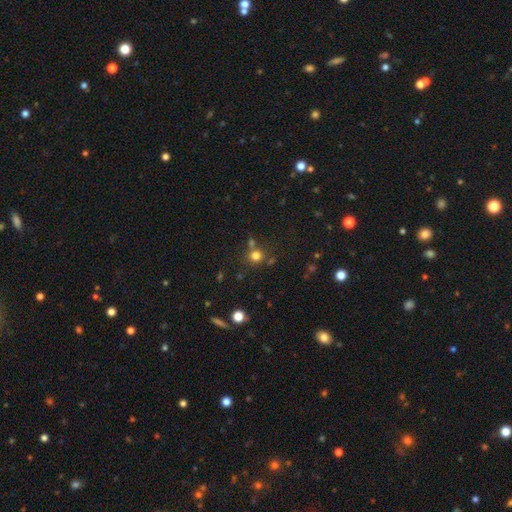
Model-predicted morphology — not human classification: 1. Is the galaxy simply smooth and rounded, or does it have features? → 74% smooth, 19% star or artifact, 7% featured or disk.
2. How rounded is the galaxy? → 90% round, 9% in between, 1% cigar-shaped.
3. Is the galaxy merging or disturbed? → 70% none, 18% merger, 9% minor disturbance, 4% major disturbance.